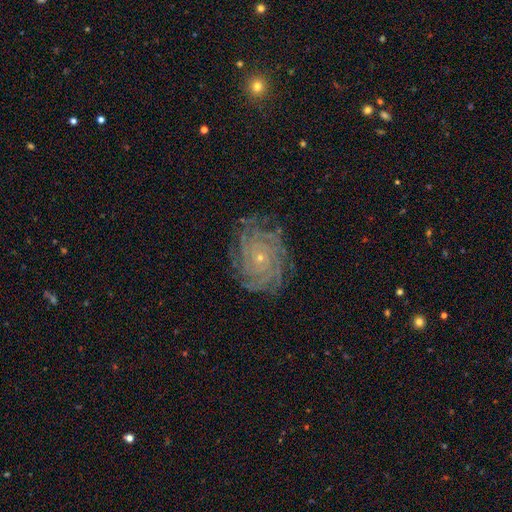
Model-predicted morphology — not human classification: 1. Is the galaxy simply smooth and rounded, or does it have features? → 70% featured or disk, 17% star or artifact, 12% smooth.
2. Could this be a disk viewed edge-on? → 97% no, 3% yes.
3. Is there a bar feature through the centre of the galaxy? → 82% no, 15% weak, 4% strong.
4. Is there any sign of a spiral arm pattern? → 96% yes, 4% no.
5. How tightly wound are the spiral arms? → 79% tight, 17% medium, 4% loose.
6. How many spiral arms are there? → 32% can't tell, 19% more than 4, 18% 4, 12% 3, 10% 2, 9% 1.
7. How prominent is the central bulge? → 80% small, 16% moderate, 2% none, 1% large, 1% dominant.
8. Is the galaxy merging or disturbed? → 83% none, 12% minor disturbance, 4% major disturbance, 1% merger.